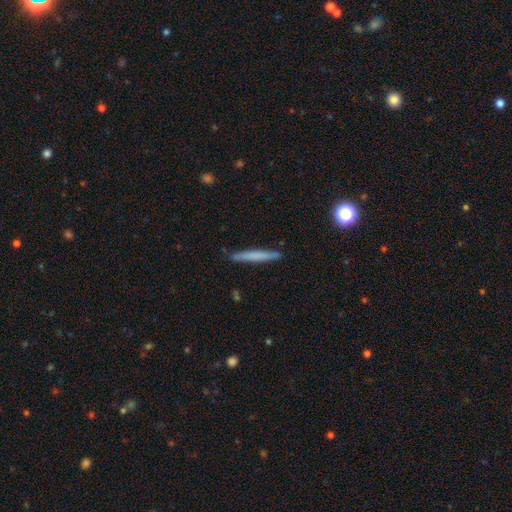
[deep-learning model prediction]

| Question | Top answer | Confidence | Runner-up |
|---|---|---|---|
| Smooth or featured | smooth | 65% | featured or disk (29%) |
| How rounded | cigar-shaped | 96% | in between (2%) |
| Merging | none | 90% | minor disturbance (8%) |